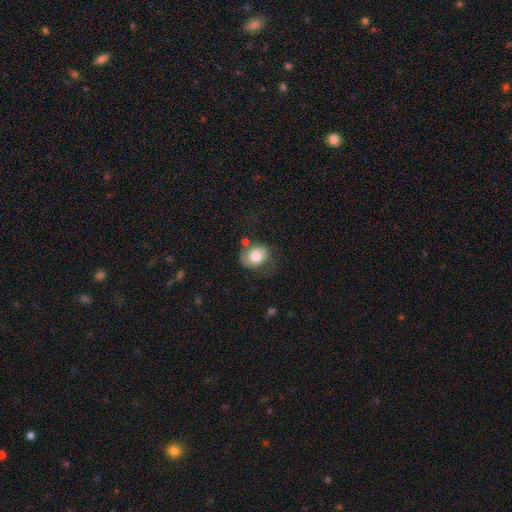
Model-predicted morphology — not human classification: smooth 64%, featured or disk 28%, star or artifact 8%. Down the decision tree: how rounded — round (55%); merging — none (50%).